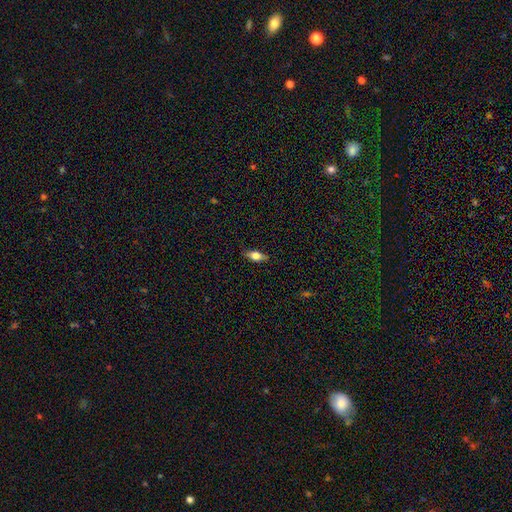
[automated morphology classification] Smooth or featured: smooth — 62% (featured or disk — 30%)
How rounded: in between — 76% (cigar-shaped — 20%)
Merging: none — 86% (minor disturbance — 11%)